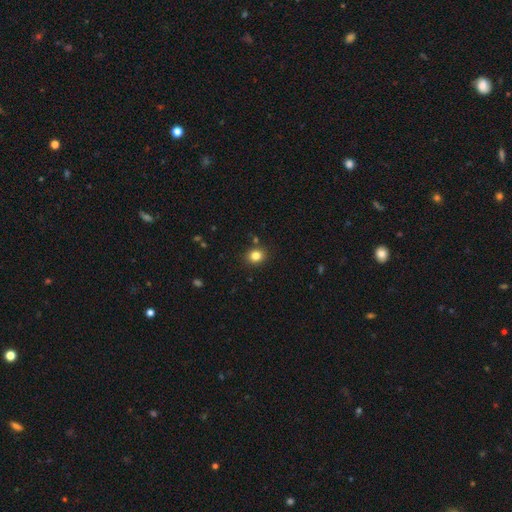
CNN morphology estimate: Smooth or featured: smooth — 83% (star or artifact — 12%)
How rounded: round — 74% (in between — 25%)
Merging: none — 88% (minor disturbance — 8%)